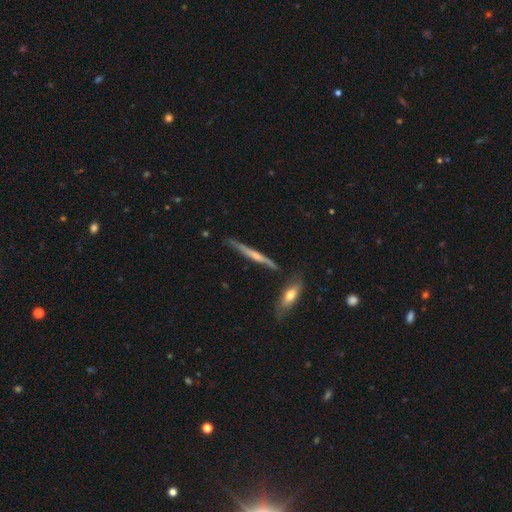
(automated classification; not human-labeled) Smooth or featured?
  - featured or disk: 64% *
  - smooth: 30%
  - star or artifact: 6%
Edge-on disk?
  - yes: 95% *
  - no: 5%
Edge-on bulge?
  - rounded: 62% *
  - none: 31%
  - boxy: 7%
Merging?
  - none: 76% *
  - minor disturbance: 16%
  - merger: 5%
  - major disturbance: 3%